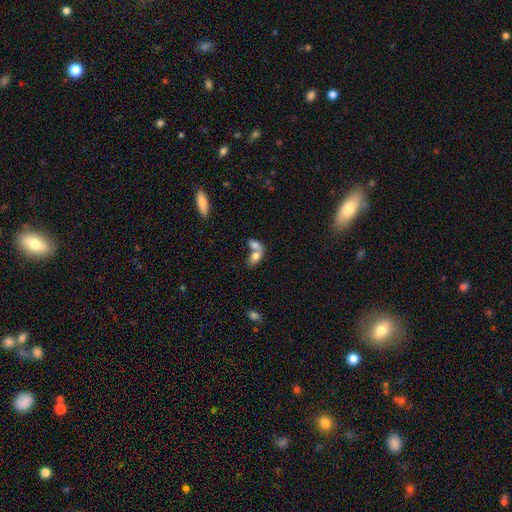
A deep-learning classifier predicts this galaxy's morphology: smooth_or_featured: smooth (p=0.76) [alt: featured or disk p=0.16]
how_rounded: in between (p=0.87) [alt: round p=0.09]
merging: merger (p=0.68) [alt: none p=0.21]